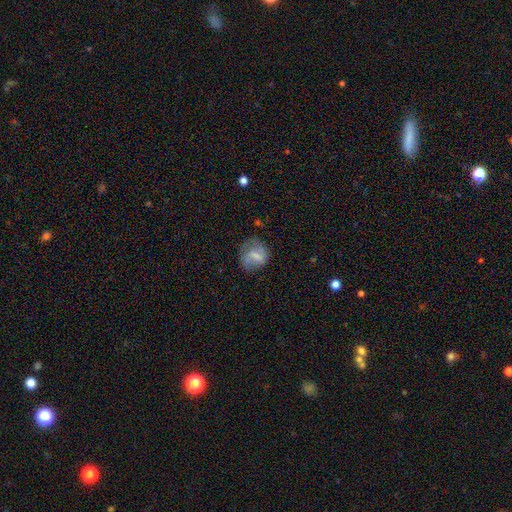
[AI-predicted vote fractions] Smooth or featured: smooth — 52% (featured or disk — 40%)
How rounded: round — 66% (in between — 33%)
Merging: none — 52% (minor disturbance — 26%)